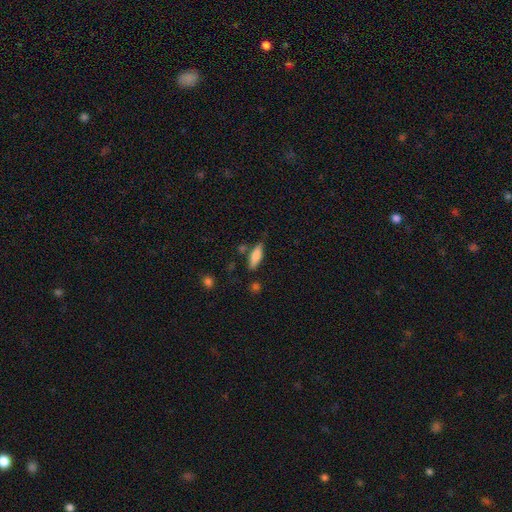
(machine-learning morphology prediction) Overall: smooth (79%). How rounded: in between (53%; cigar-shaped 45%). Merging: none (72%).